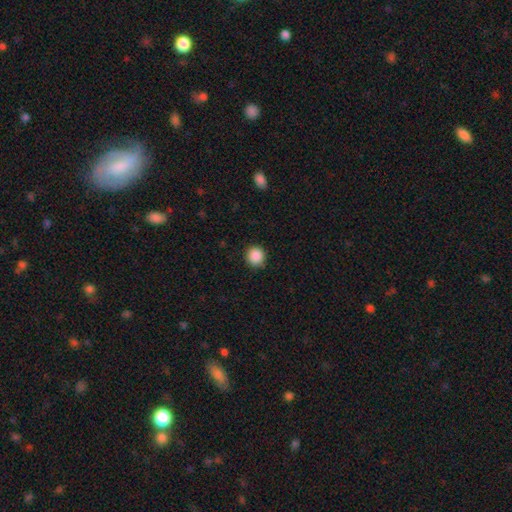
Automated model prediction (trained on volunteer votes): smooth 89%, star or artifact 9%, featured or disk 2%. Down the decision tree: how rounded — round (94%); merging — none (89%).